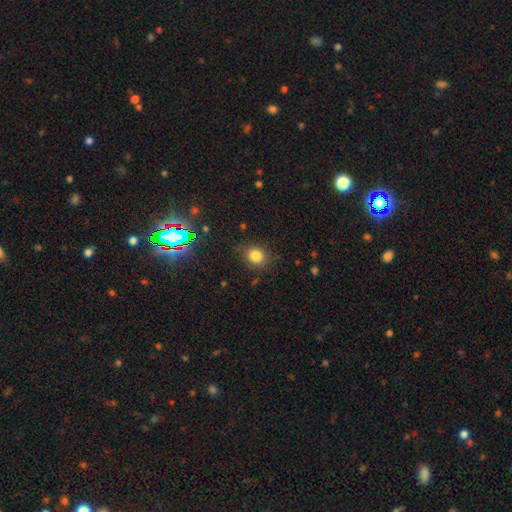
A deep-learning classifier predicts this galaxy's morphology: The model was most divided on "how rounded": round: 63%, in between: 36%, cigar-shaped: 1%. More confident: merging — none (81%); smooth or featured — smooth (80%).